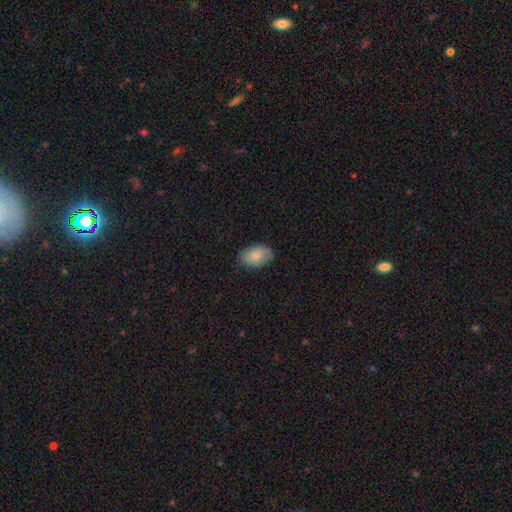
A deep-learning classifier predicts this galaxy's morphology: Smooth or featured?
  - smooth: 84% *
  - featured or disk: 9%
  - star or artifact: 7%
How rounded?
  - in between: 89% *
  - round: 10%
  - cigar-shaped: 1%
Merging?
  - none: 76% *
  - minor disturbance: 20%
  - major disturbance: 4%
  - merger: 1%